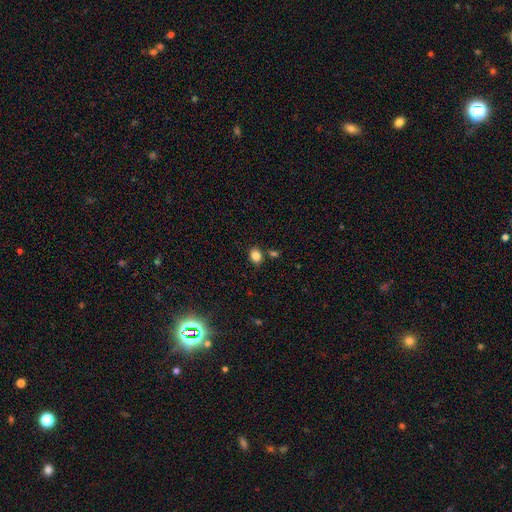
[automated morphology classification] A smooth galaxy with no disk features (84%) that is in between round and cigar-shaped (55%).

Vote fractions:
- Smooth or featured? smooth: 84% / star or artifact: 11% / featured or disk: 5%
- How rounded? in between: 55% / round: 44% / cigar-shaped: 1%
- Merging? none: 79% / minor disturbance: 10% / merger: 8% / major disturbance: 3%